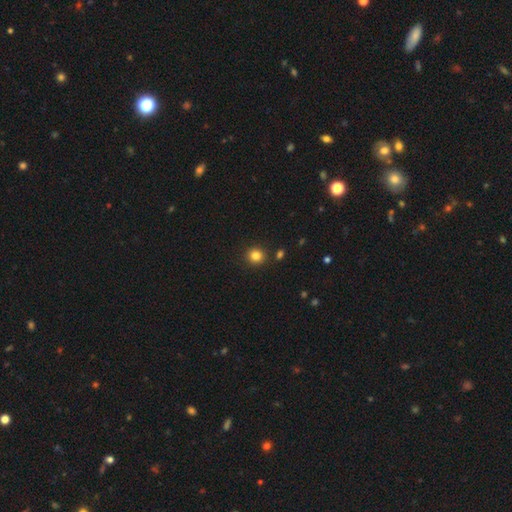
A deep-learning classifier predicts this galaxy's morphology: Overall: smooth (83%). How rounded: round (88%). Merging: none (87%).